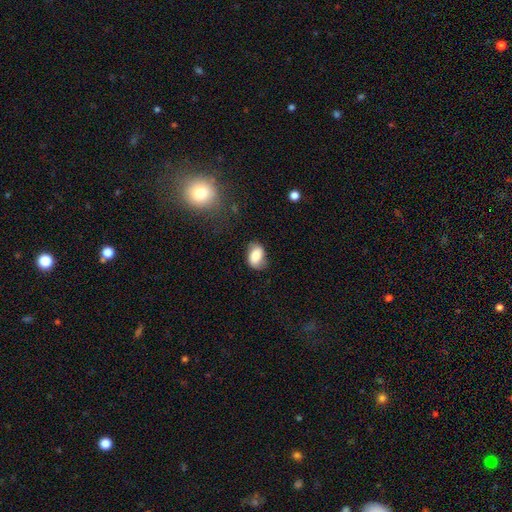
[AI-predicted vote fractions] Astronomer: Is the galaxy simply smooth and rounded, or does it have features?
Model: smooth — 79%.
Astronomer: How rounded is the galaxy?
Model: in between — 84%.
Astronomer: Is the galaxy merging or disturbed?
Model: none — 69%.